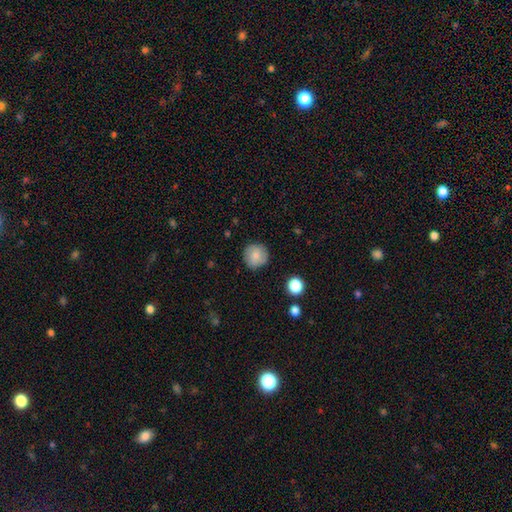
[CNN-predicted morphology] Overall: smooth (78%). How rounded: round (93%). Merging: none (85%).